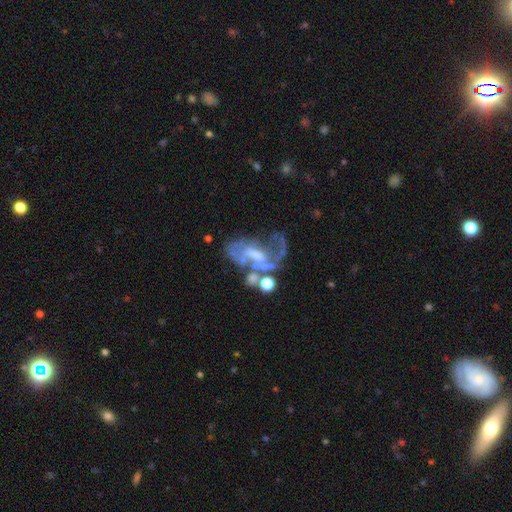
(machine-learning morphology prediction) This is likely a featured or disk galaxy (74%). It is clearly not viewed edge-on (96%). Bar: marginally weak (43%). Spiral arm pattern: likely yes (65%). Central bulge: marginally moderate (34%). Merging: marginally major disturbance (35%).